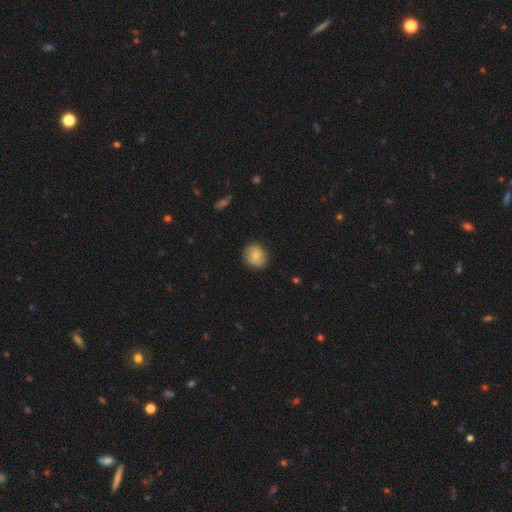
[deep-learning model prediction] Smooth or featured? smooth (65%)
How rounded? round (66%)
Merging? none (81%)